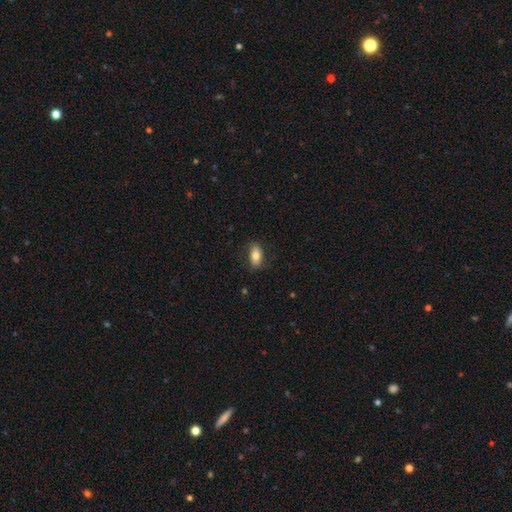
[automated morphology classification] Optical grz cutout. It shows a smooth galaxy with no disk features (74%) that is in between round and cigar-shaped (88%). Merging: none (80%).